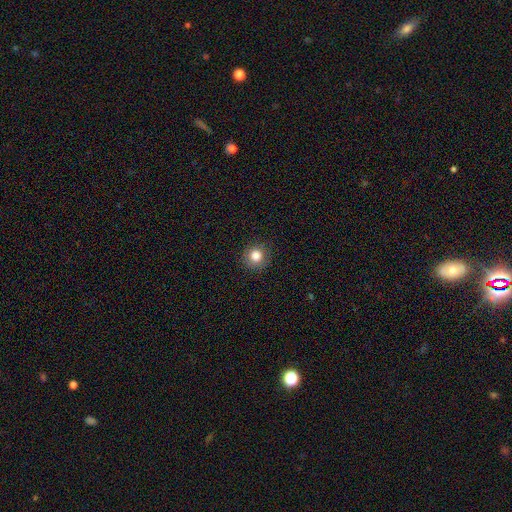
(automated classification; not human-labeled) This appears to be a smooth galaxy with no disk features (84%) that is round (91%). Merging: none (88%).